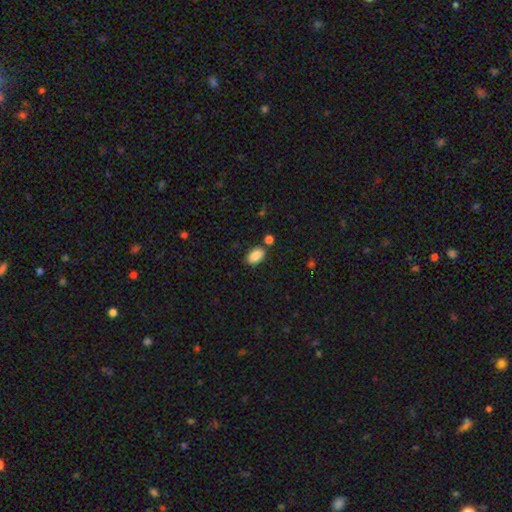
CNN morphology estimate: Overall: smooth (88%). How rounded: in between (93%). Merging: none (77%).